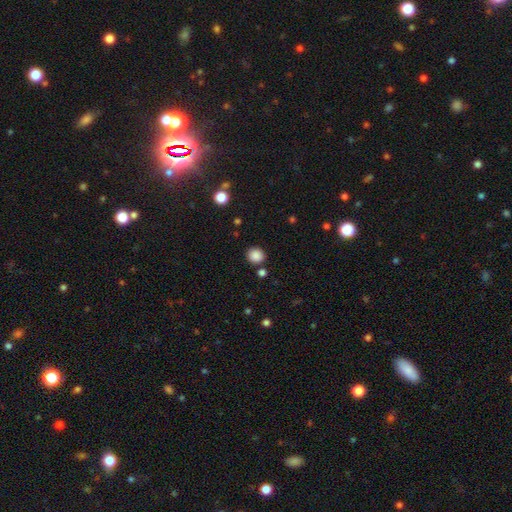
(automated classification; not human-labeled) A smooth galaxy with no disk features (86%) that is round (87%). Merging: none (85%).